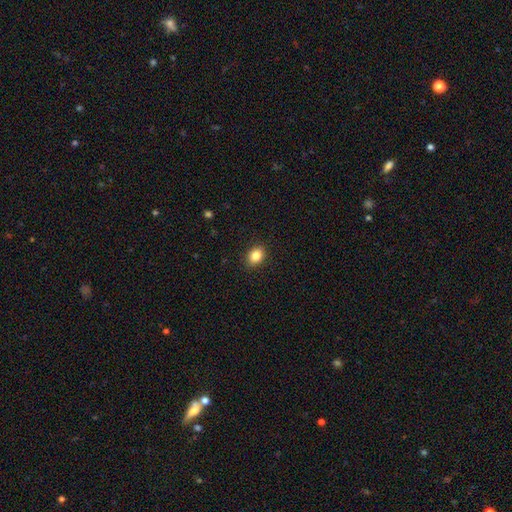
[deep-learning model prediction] Overall: smooth (85%). How rounded: in between (62%; round 37%). Merging: none (90%).